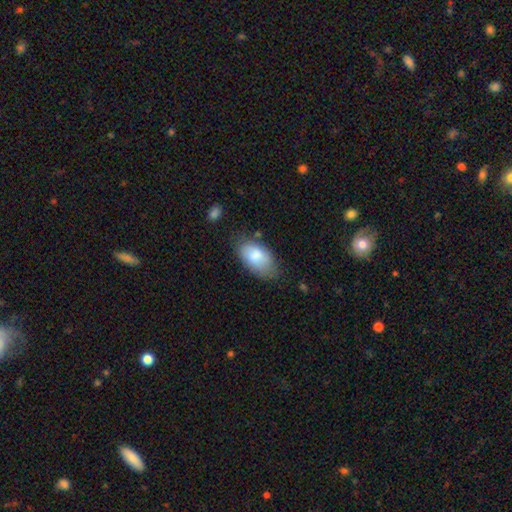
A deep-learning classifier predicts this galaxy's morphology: Smooth or featured?
  - smooth: 81% *
  - featured or disk: 13%
  - star or artifact: 6%
How rounded?
  - in between: 94% *
  - round: 4%
  - cigar-shaped: 2%
Merging?
  - none: 65% *
  - minor disturbance: 25%
  - major disturbance: 7%
  - merger: 3%